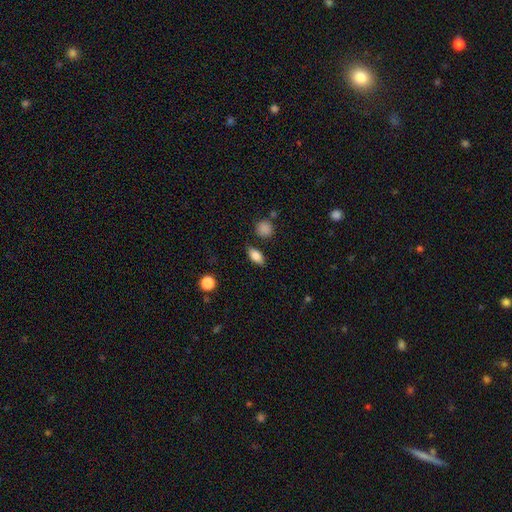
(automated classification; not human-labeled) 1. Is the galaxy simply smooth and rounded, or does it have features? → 81% smooth, 11% featured or disk, 8% star or artifact.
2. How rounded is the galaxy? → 83% in between, 10% cigar-shaped, 8% round.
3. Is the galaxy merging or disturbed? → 81% none, 13% minor disturbance, 3% major disturbance, 3% merger.